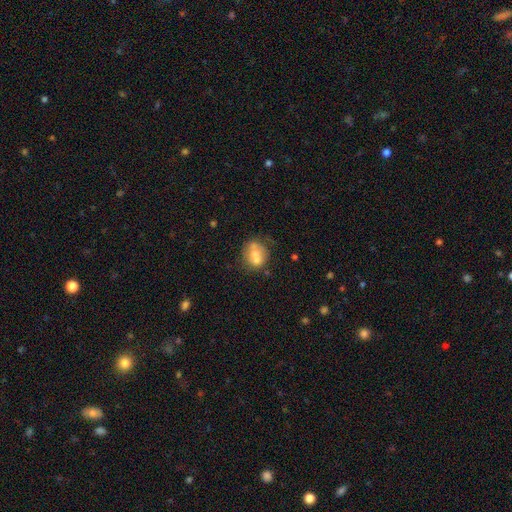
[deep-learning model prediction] Morphology: type=smooth (59%); roundness=round (64%); merging=merger (44%).